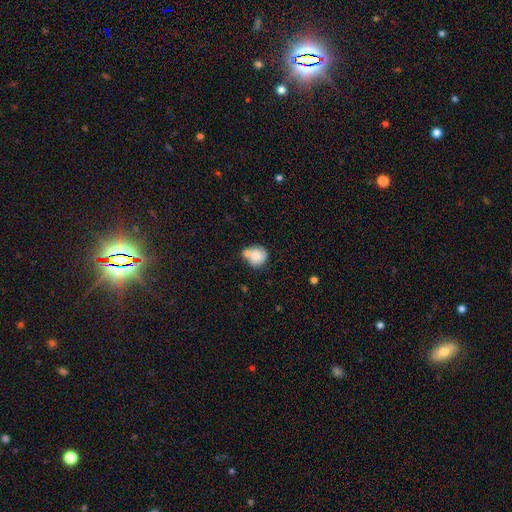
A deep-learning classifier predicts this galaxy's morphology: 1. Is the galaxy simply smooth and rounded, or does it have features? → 76% smooth, 16% featured or disk, 8% star or artifact.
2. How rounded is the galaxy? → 80% round, 19% in between, 1% cigar-shaped.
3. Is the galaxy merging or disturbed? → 43% none, 35% merger, 17% minor disturbance, 5% major disturbance.